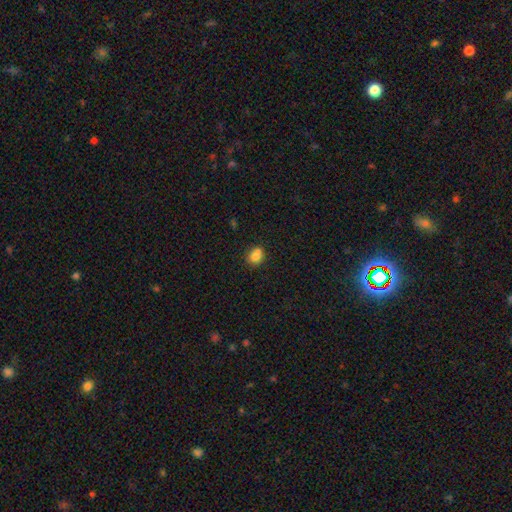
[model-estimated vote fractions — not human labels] Smooth or featured?
  - smooth: 81% *
  - star or artifact: 11%
  - featured or disk: 8%
How rounded?
  - round: 52% *
  - in between: 47%
  - cigar-shaped: 1%
Merging?
  - none: 67% *
  - minor disturbance: 18%
  - merger: 11%
  - major disturbance: 4%